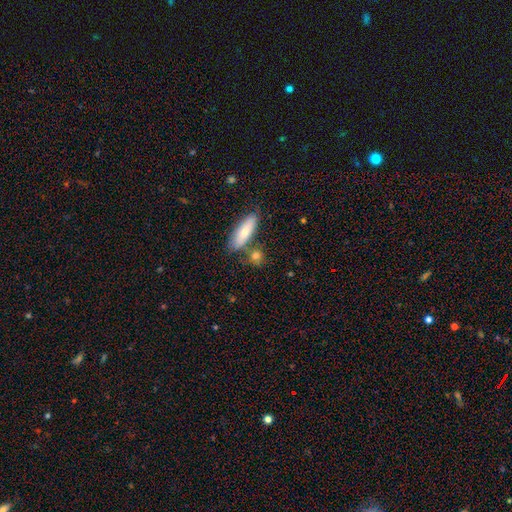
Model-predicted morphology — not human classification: Smooth or featured? Predicted: smooth (p=0.76). How rounded? Predicted: round (p=0.40). Merging? Predicted: none (p=0.66).